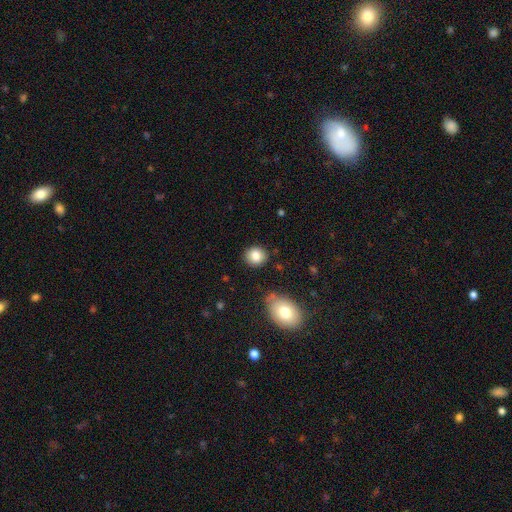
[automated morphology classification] Overall: smooth (84%). How rounded: round (83%). Merging: none (85%).